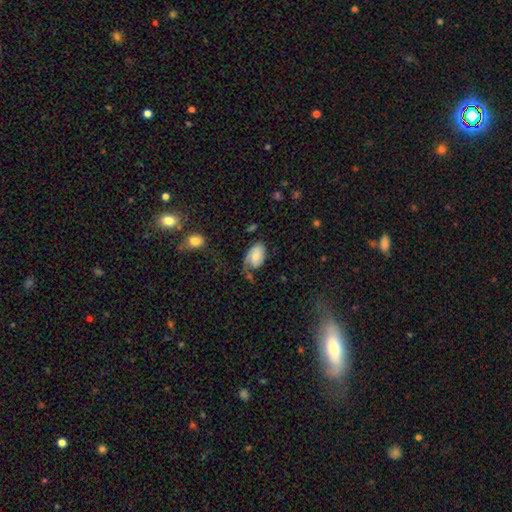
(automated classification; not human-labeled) smooth_or_featured: smooth (p=0.50) [alt: featured or disk p=0.43]
merging: major disturbance (p=0.36) [alt: none p=0.35]